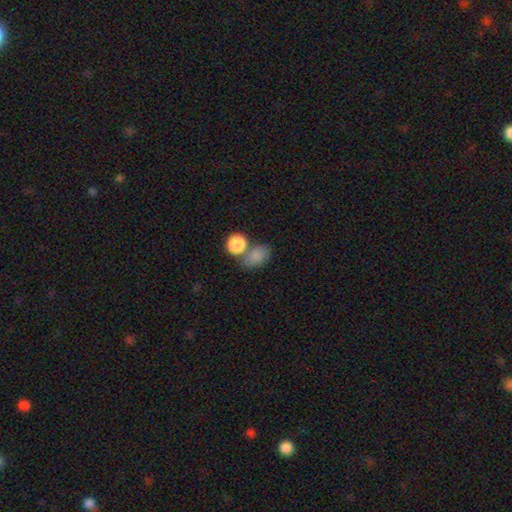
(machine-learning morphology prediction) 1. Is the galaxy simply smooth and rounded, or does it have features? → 83% smooth, 9% star or artifact, 8% featured or disk.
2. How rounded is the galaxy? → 71% in between, 28% round, 2% cigar-shaped.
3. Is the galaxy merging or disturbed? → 41% none, 40% merger, 13% minor disturbance, 7% major disturbance.